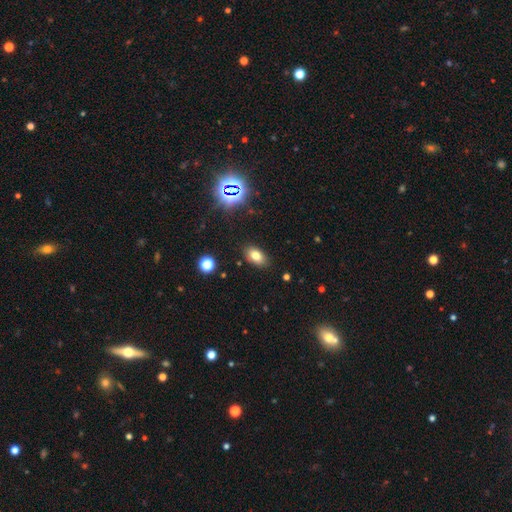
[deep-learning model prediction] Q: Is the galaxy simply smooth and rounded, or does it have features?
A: smooth — 75%.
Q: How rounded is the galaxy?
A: in between — 87%.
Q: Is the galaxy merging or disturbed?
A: none — 86%.